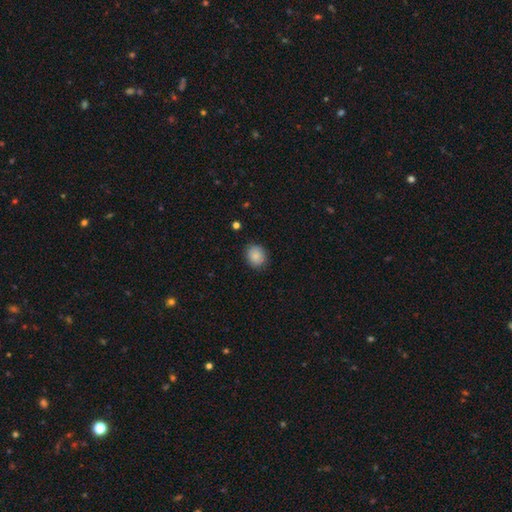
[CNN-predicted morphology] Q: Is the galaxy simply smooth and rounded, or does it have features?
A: smooth — 87%.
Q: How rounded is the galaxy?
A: round — 59%.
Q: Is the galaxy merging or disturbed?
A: none — 85%.